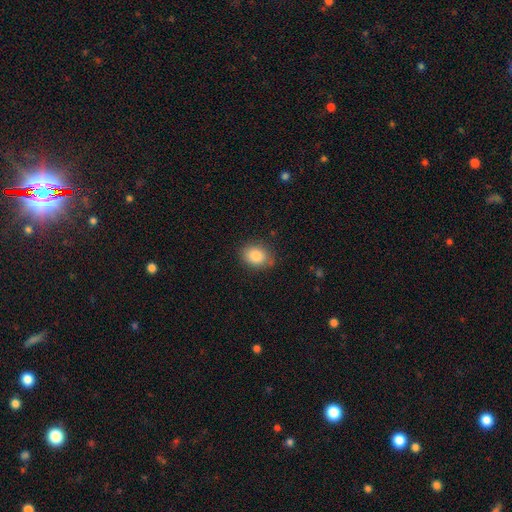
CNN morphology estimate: A smooth galaxy with no disk features (87%) that is in between round and cigar-shaped (66%).

Vote fractions:
- Smooth or featured? smooth: 87% / star or artifact: 8% / featured or disk: 5%
- How rounded? in between: 66% / round: 33% / cigar-shaped: 1%
- Merging? none: 82% / minor disturbance: 14% / major disturbance: 3% / merger: 1%